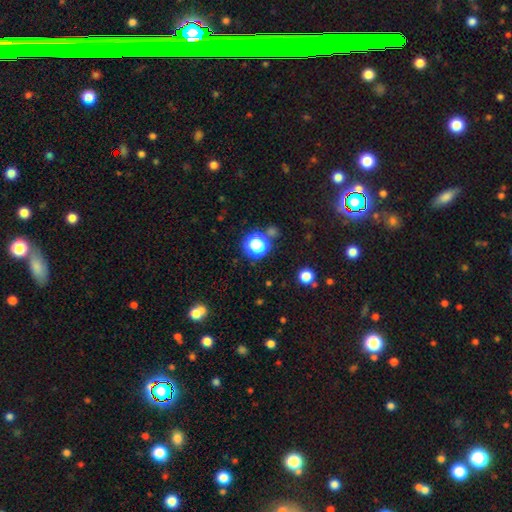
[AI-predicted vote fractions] Q: Smooth or featured?
A: star or artifact (66%); runner-up: smooth (26%)